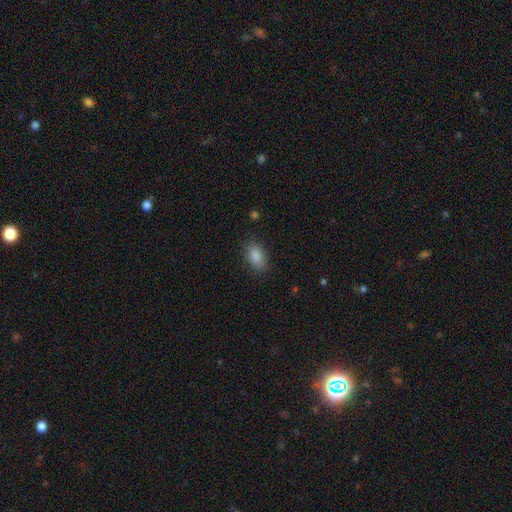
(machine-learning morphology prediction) A smooth galaxy with no disk features (85%) that is in between round and cigar-shaped (89%). Merging: none (86%).